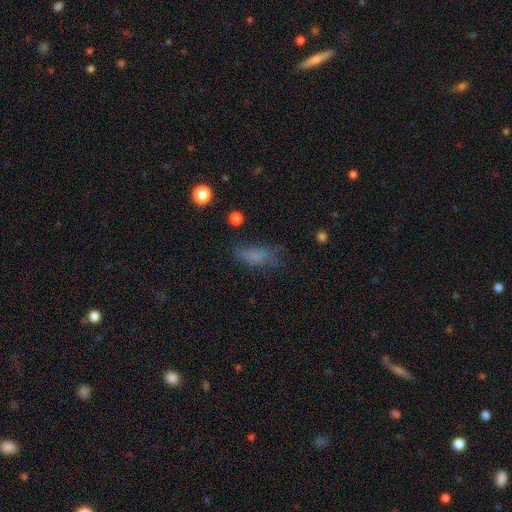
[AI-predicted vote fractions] Q: Smooth or featured?
A: smooth (68%); runner-up: star or artifact (16%)
Q: How rounded?
A: in between (69%); runner-up: cigar-shaped (26%)
Q: Merging?
A: none (57%); runner-up: minor disturbance (25%)